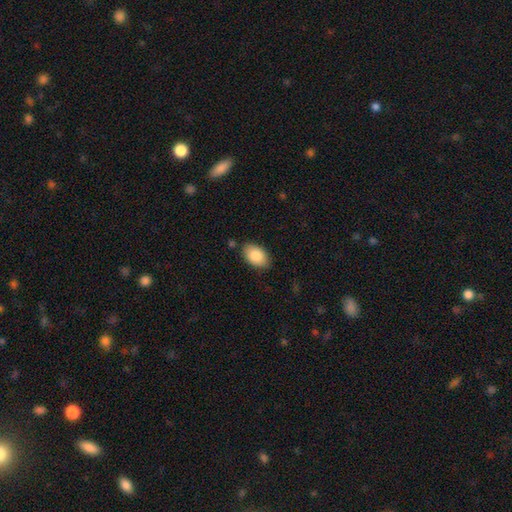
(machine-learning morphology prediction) A smooth galaxy with no disk features (86%) that is in between round and cigar-shaped (91%).

Vote fractions:
- Smooth or featured? smooth: 86% / featured or disk: 8% / star or artifact: 7%
- How rounded? in between: 91% / round: 8% / cigar-shaped: 1%
- Merging? none: 83% / minor disturbance: 12% / major disturbance: 3% / merger: 2%